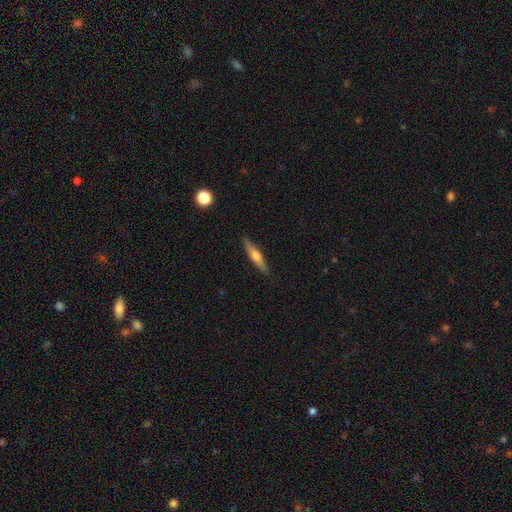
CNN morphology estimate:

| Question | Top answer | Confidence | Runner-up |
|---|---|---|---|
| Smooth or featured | featured or disk | 54% | smooth (40%) |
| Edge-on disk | yes | 95% | no (5%) |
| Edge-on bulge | rounded | 91% | none (5%) |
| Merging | none | 90% | minor disturbance (8%) |